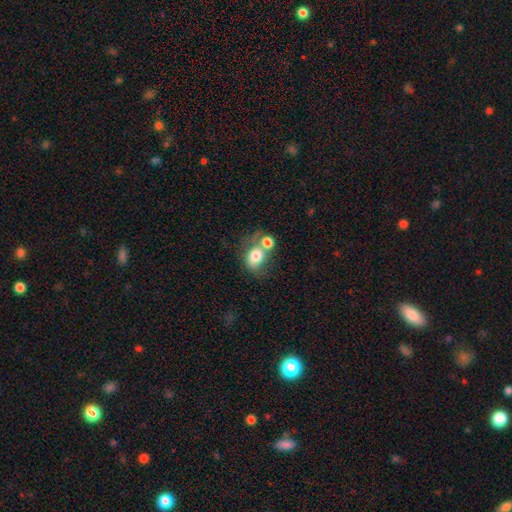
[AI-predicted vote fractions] Smooth or featured?
  - smooth: 73% *
  - featured or disk: 17%
  - star or artifact: 10%
How rounded?
  - in between: 55% *
  - round: 44%
  - cigar-shaped: 1%
Merging?
  - merger: 48% *
  - none: 30%
  - minor disturbance: 12%
  - major disturbance: 10%